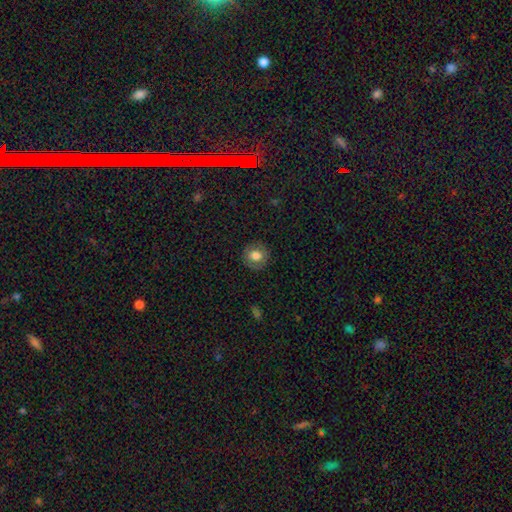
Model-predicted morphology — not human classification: Smooth or featured: smooth — 72% (featured or disk — 19%)
How rounded: round — 88% (in between — 11%)
Merging: none — 87% (minor disturbance — 9%)